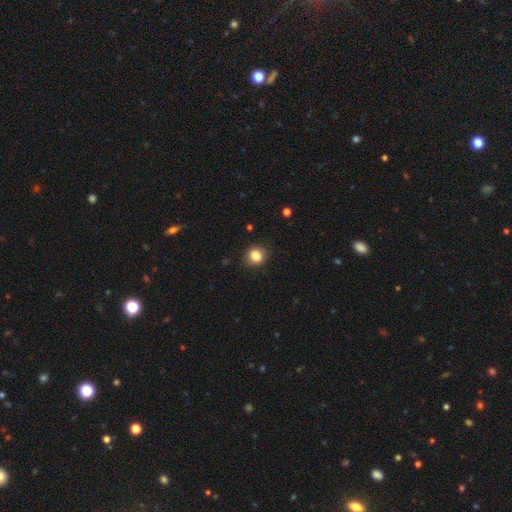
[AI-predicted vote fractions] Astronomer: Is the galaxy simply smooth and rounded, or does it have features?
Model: smooth — 84%.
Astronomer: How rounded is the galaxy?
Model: round — 80%.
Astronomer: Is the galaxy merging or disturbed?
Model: none — 87%.